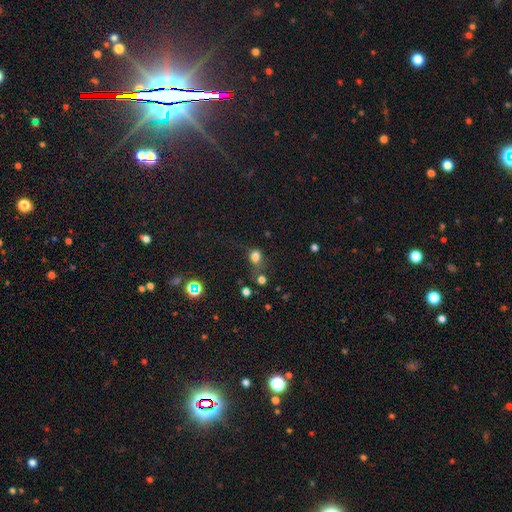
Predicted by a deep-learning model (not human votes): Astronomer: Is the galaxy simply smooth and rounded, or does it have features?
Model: smooth — 75%.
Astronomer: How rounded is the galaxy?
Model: round — 62%.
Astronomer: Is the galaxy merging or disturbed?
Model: none — 47% (runner-up: minor disturbance, 23%).